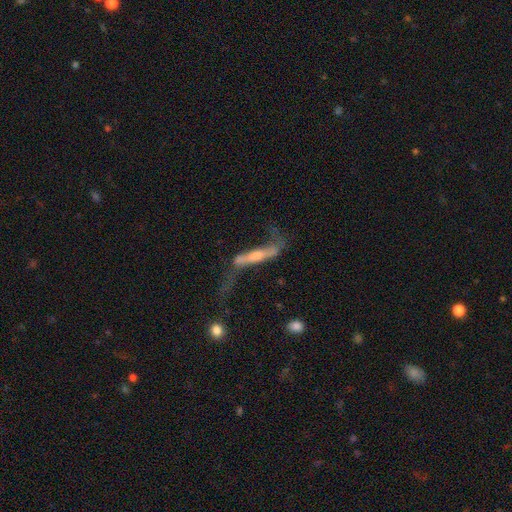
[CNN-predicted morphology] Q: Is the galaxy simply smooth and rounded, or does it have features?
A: featured or disk — 67%.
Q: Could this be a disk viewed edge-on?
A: yes — 59%.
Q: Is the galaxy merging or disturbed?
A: major disturbance — 41%.